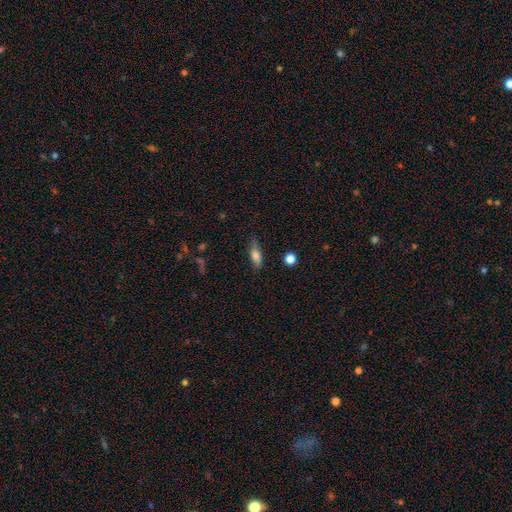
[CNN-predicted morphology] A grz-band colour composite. It shows a smooth galaxy with no disk features (67%) that is in between round and cigar-shaped (54%). Merging: none (76%).